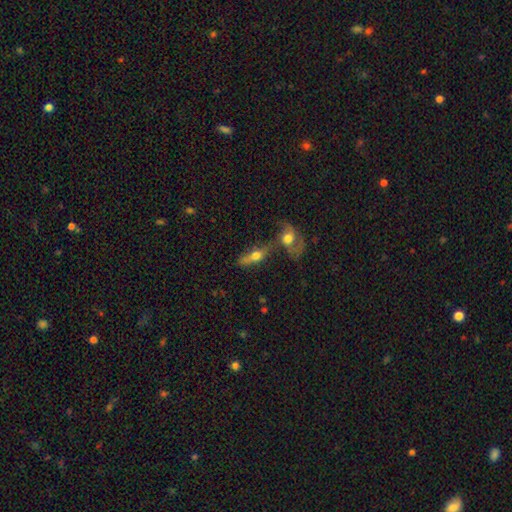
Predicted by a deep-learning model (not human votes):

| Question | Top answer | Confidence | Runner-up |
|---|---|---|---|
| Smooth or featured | featured or disk | 49% | smooth (41%) |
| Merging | merger | 46% | none (35%) |